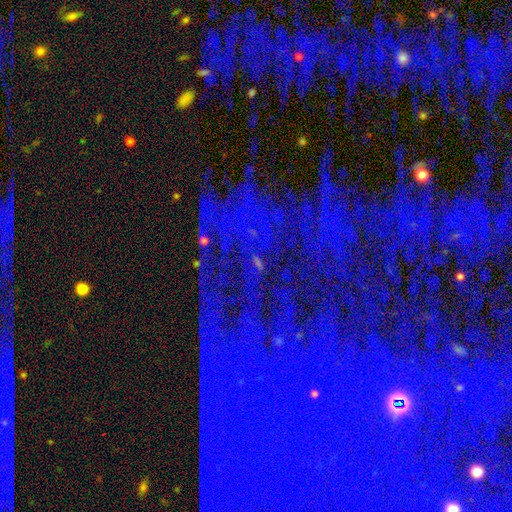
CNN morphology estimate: type=star or artifact (84%).